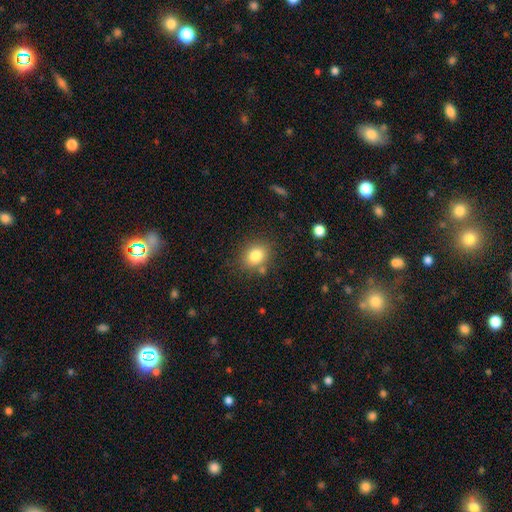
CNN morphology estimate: Smooth or featured? smooth (81%)
How rounded? round (57%)
Merging? none (79%)